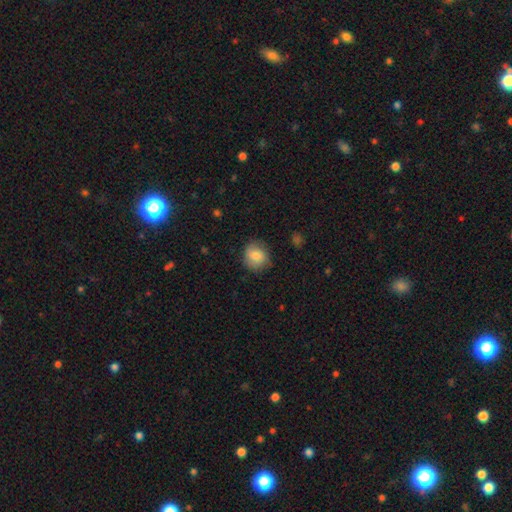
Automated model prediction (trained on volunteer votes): smooth_or_featured: smooth (p=0.80) [alt: featured or disk p=0.13]
how_rounded: round (p=0.82) [alt: in between p=0.17]
merging: none (p=0.78) [alt: minor disturbance p=0.17]